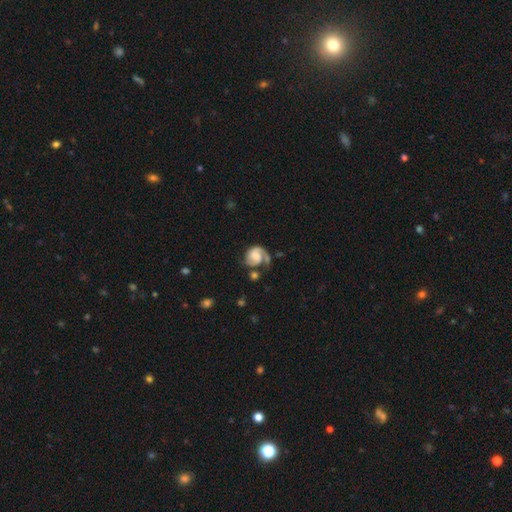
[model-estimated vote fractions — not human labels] The model was most divided on "bulge size": small: 33%, moderate: 30%, none: 23%, large: 12%, dominant: 3%. Remaining: edge-on disk — no (98%); spiral arms — yes (94%); smooth or featured — featured or disk (76%); bar — no (57%); spiral arm count — 2 (55%); merging — none (45%); spiral winding — medium (42%).